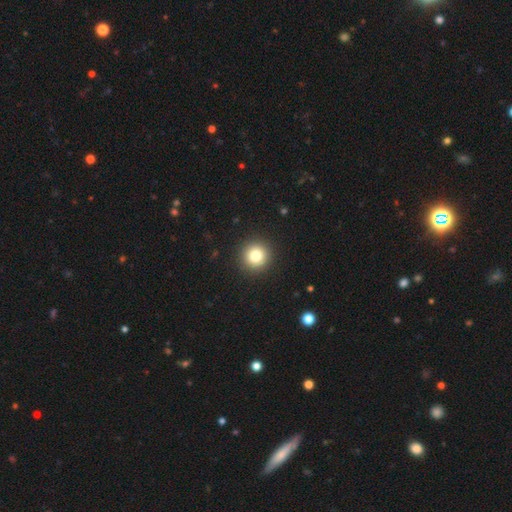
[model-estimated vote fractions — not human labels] A smooth galaxy with no disk features (80%) that is round (96%). Merging: none (93%).